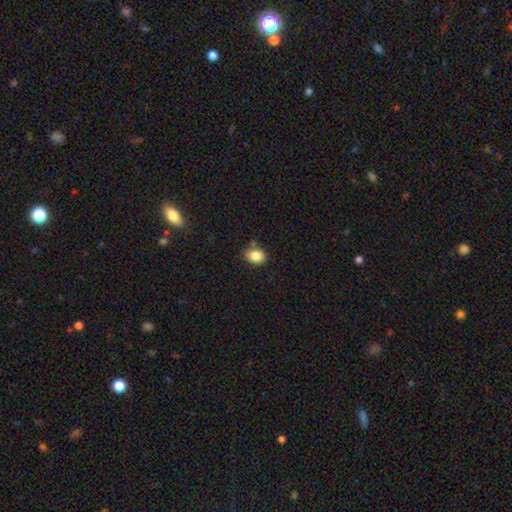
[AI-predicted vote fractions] Overall: smooth (85%). How rounded: in between (62%; round 37%). Merging: none (76%).